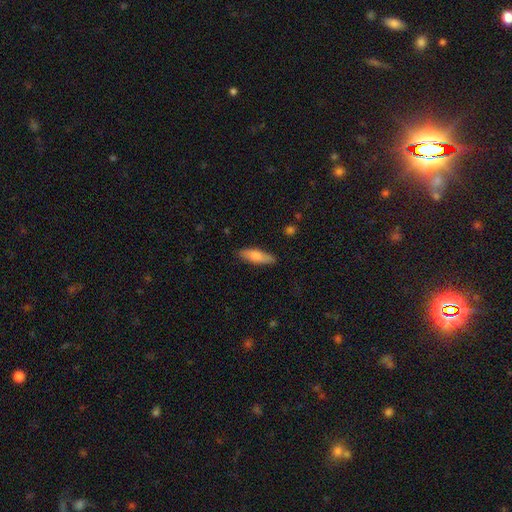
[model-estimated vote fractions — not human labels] Smooth or featured: smooth — 76% (featured or disk — 19%)
How rounded: in between — 51% (cigar-shaped — 47%)
Merging: none — 85% (minor disturbance — 11%)